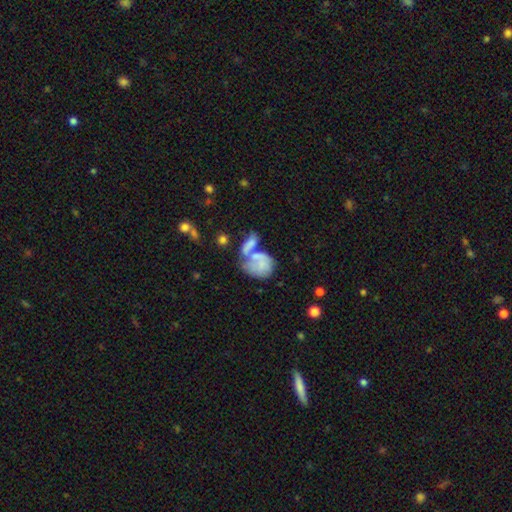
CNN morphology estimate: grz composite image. It shows a smooth galaxy with no disk features (57%) that is in between round and cigar-shaped (56%). Merging: merger (50%).